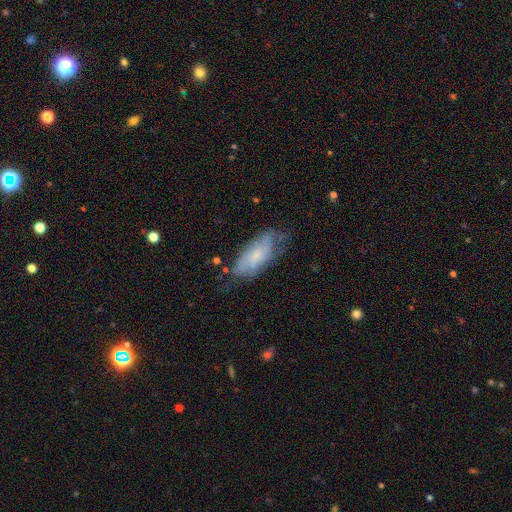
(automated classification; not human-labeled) This is possibly a smooth galaxy (50%). Merging: possibly none (54%).